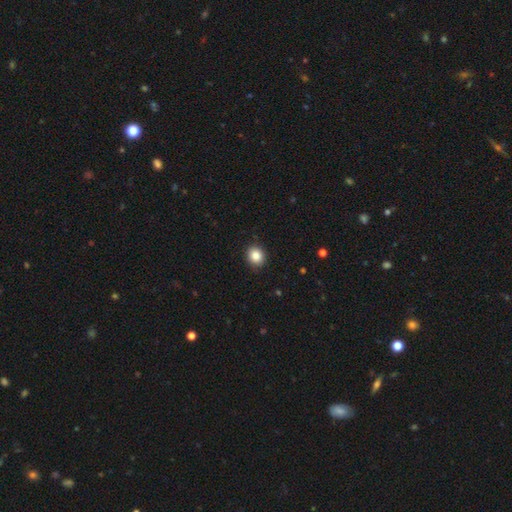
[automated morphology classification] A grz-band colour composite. It shows a smooth galaxy with no disk features (85%) that is round (77%). Merging: none (91%).